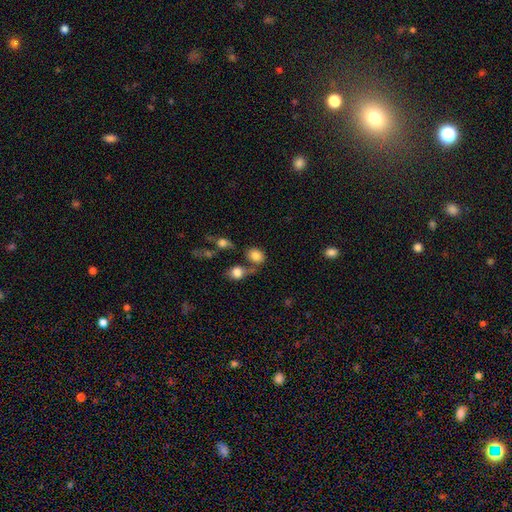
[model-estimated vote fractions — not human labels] Smooth or featured?
  - smooth: 81% *
  - star or artifact: 9%
  - featured or disk: 9%
How rounded?
  - in between: 53% *
  - round: 46%
  - cigar-shaped: 1%
Merging?
  - none: 47% *
  - merger: 33%
  - minor disturbance: 13%
  - major disturbance: 8%